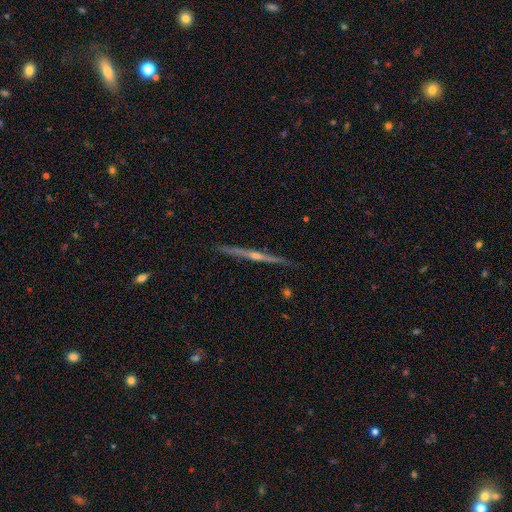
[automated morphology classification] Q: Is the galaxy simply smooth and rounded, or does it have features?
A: featured or disk — 81%.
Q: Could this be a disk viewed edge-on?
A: yes — 98%.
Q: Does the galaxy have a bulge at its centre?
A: rounded — 85%.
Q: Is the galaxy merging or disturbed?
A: none — 91%.